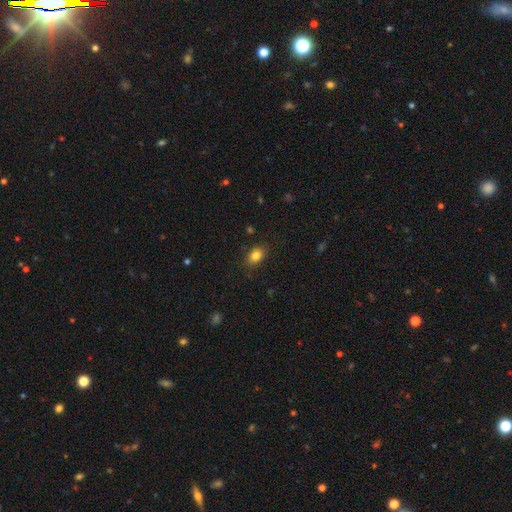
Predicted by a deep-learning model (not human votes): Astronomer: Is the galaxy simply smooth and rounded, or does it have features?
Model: smooth — 84%.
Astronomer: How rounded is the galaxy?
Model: in between — 79%.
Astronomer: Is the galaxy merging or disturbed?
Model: none — 85%.